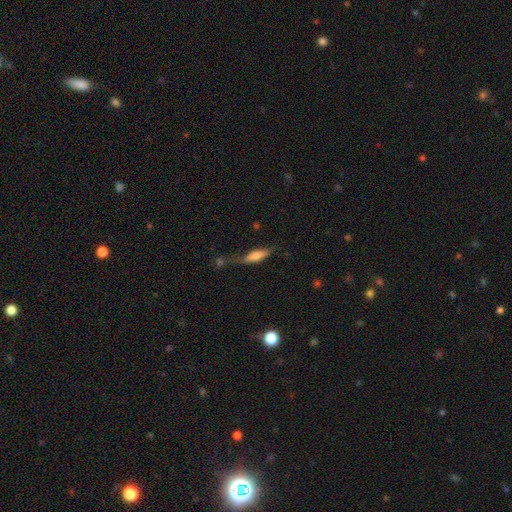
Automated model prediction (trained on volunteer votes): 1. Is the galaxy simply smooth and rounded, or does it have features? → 67% smooth, 26% featured or disk, 7% star or artifact.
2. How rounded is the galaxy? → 55% cigar-shaped, 43% in between, 3% round.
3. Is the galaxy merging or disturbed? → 48% none, 27% minor disturbance, 15% major disturbance, 10% merger.